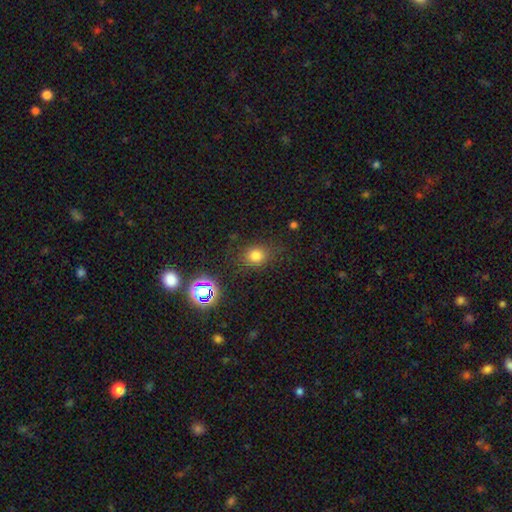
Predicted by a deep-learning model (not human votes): smooth 73%, star or artifact 19%, featured or disk 8%. Down the decision tree: how rounded — round (65%); merging — none (78%).